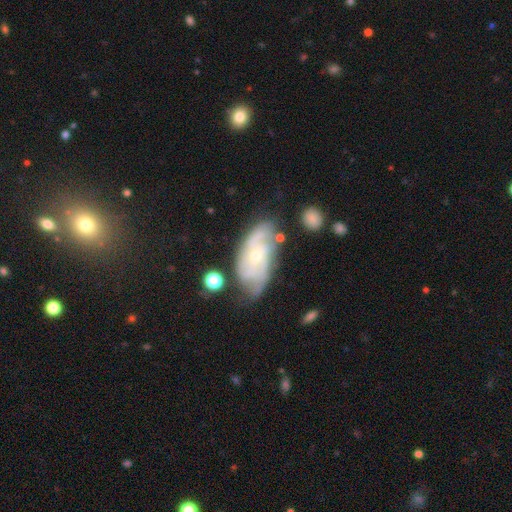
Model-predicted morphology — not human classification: Smooth or featured: featured or disk — 77% (smooth — 17%)
Edge-on disk: no — 94% (yes — 6%)
Bar: no — 70% (weak — 25%)
Spiral arms: yes — 91% (no — 9%)
Spiral winding: tight — 49% (medium — 37%)
Spiral arm count: can't tell — 34% (2 — 31%)
Bulge size: small — 68% (moderate — 28%)
Merging: none — 61% (minor disturbance — 25%)